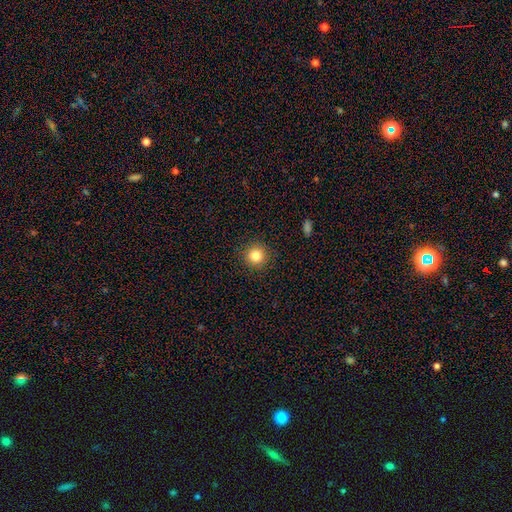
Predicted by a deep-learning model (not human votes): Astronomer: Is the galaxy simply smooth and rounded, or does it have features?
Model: smooth — 83%.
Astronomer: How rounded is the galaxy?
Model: round — 94%.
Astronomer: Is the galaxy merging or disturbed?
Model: none — 91%.